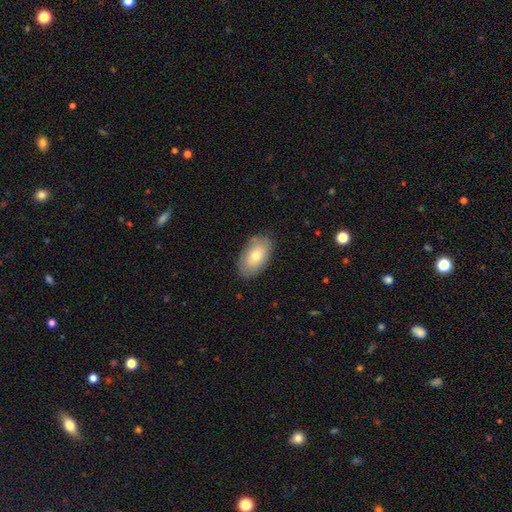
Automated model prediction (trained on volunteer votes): Smooth or featured? Predicted: smooth (p=0.70). How rounded? Predicted: in between (p=0.93). Merging? Predicted: none (p=0.84).